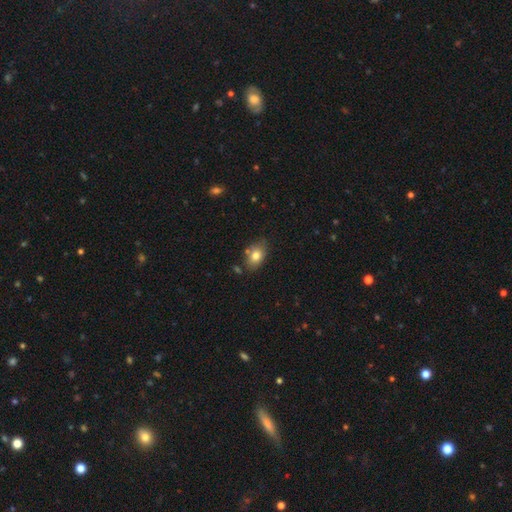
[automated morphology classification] This is likely a smooth galaxy (79%). How rounded: clearly in between (83%). Merging: likely none (72%).